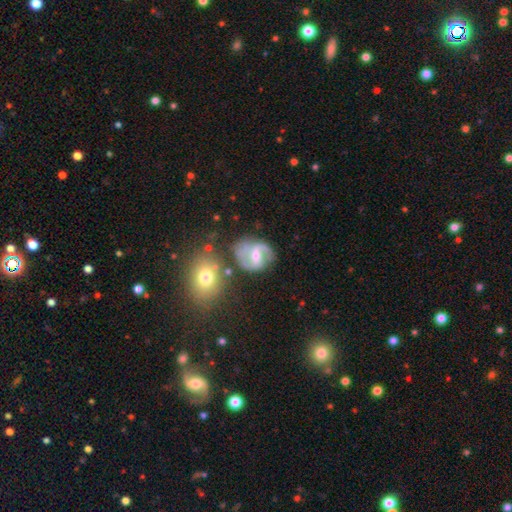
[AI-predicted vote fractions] Q: Smooth or featured?
A: featured or disk (79%); runner-up: smooth (14%)
Q: Edge-on disk?
A: no (97%); runner-up: yes (3%)
Q: Bar?
A: weak (48%); runner-up: strong (32%)
Q: Spiral arms?
A: yes (91%); runner-up: no (9%)
Q: Spiral winding?
A: medium (48%); runner-up: loose (36%)
Q: Spiral arm count?
A: 2 (86%); runner-up: can't tell (6%)
Q: Bulge size?
A: moderate (56%); runner-up: small (37%)
Q: Merging?
A: none (65%); runner-up: minor disturbance (18%)